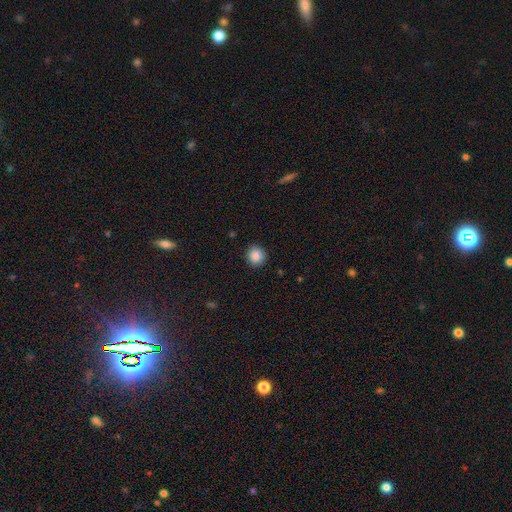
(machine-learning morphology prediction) A smooth galaxy with no disk features (88%) that is round (90%).

Vote fractions:
- Smooth or featured? smooth: 88% / star or artifact: 9% / featured or disk: 3%
- How rounded? round: 90% / in between: 9% / cigar-shaped: 1%
- Merging? none: 89% / minor disturbance: 7% / major disturbance: 2% / merger: 1%